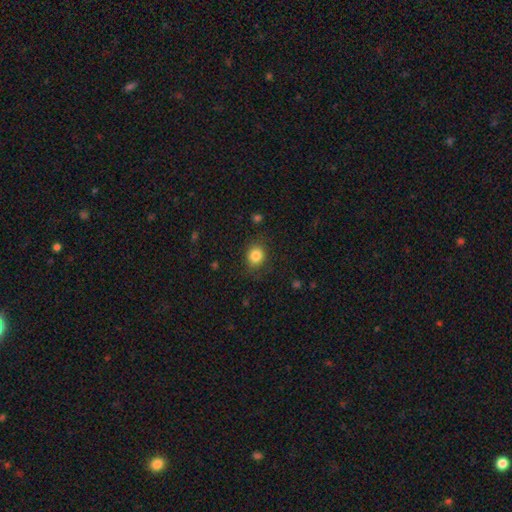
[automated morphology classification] Q: Smooth or featured?
A: smooth (85%); runner-up: star or artifact (10%)
Q: How rounded?
A: round (72%); runner-up: in between (27%)
Q: Merging?
A: none (82%); runner-up: minor disturbance (13%)